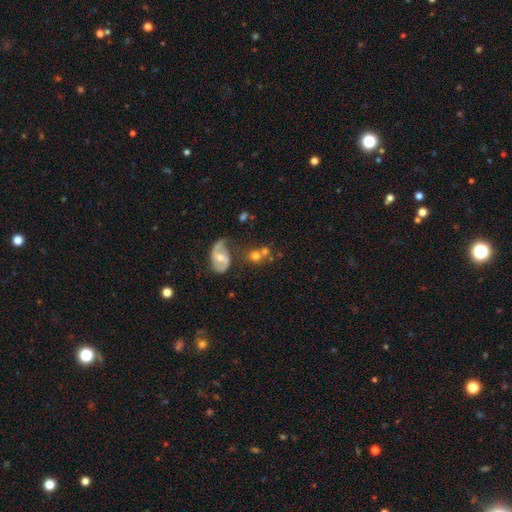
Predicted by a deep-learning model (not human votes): Smooth or featured: smooth — 60% (featured or disk — 29%)
How rounded: round — 77% (in between — 21%)
Merging: none — 51% (merger — 28%)